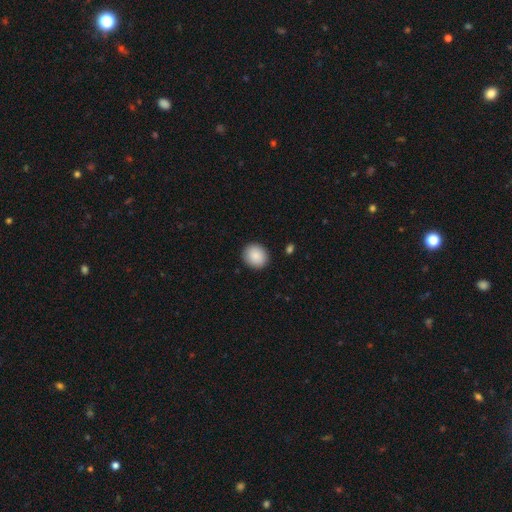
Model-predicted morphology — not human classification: Q: Smooth or featured?
A: smooth (89%); runner-up: star or artifact (7%)
Q: How rounded?
A: round (77%); runner-up: in between (22%)
Q: Merging?
A: none (90%); runner-up: minor disturbance (7%)